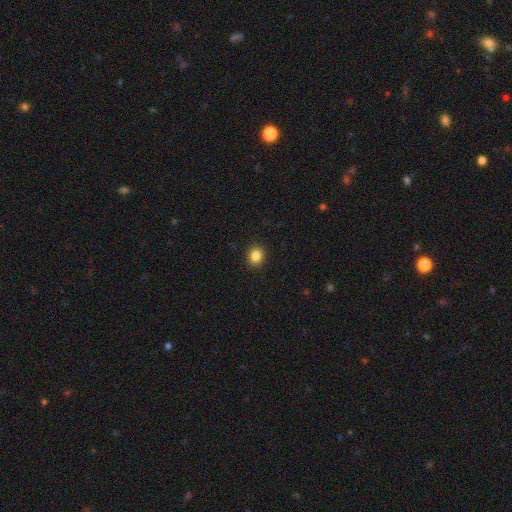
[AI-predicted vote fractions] This is clearly a smooth galaxy (85%). How rounded: likely round (72%). Merging: clearly none (91%).